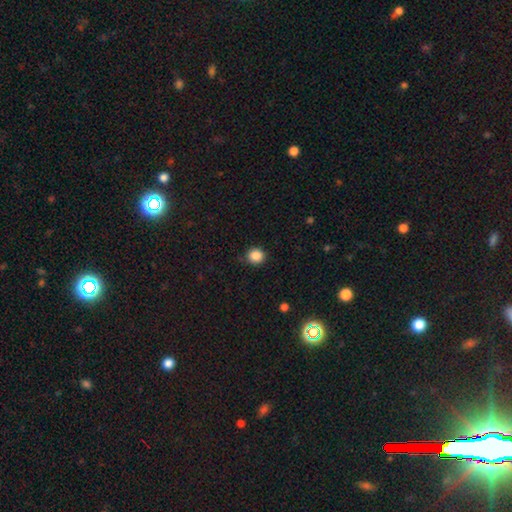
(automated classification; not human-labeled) smooth 86%, star or artifact 10%, featured or disk 3%. Down the decision tree: how rounded — round (86%); merging — none (87%).